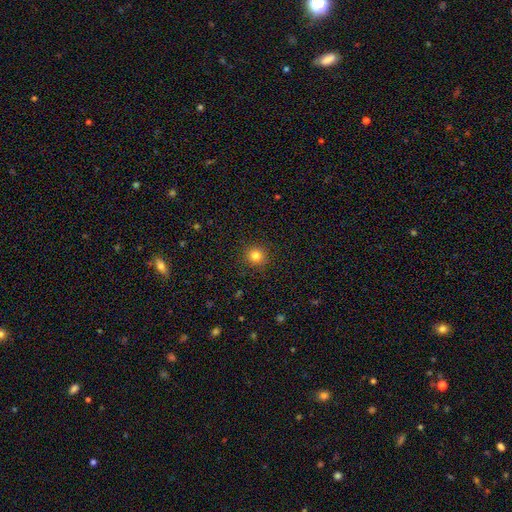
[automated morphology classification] The model was most divided on "smooth or featured": smooth: 82%, star or artifact: 12%, featured or disk: 5%. More confident: how rounded — round (94%); merging — none (91%).